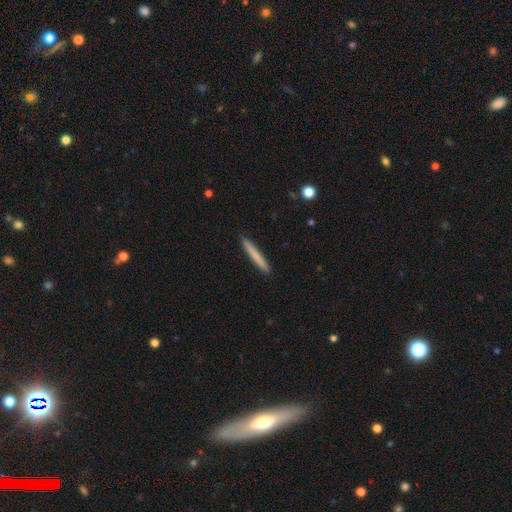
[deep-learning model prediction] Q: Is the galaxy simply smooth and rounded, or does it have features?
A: smooth — 73%.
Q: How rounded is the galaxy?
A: cigar-shaped — 97%.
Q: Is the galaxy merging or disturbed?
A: none — 93%.